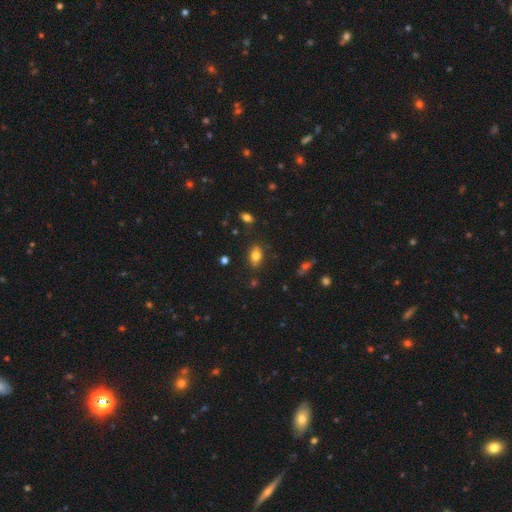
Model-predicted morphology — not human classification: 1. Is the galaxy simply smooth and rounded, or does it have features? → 77% smooth, 12% featured or disk, 10% star or artifact.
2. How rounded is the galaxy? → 84% in between, 13% round, 3% cigar-shaped.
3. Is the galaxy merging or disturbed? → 80% none, 15% minor disturbance, 3% major disturbance, 2% merger.